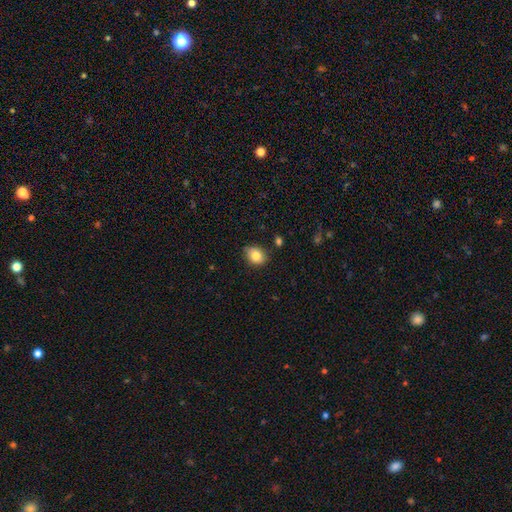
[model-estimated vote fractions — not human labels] A smooth galaxy with no disk features (83%) that is in between round and cigar-shaped (58%). Merging: none (75%).